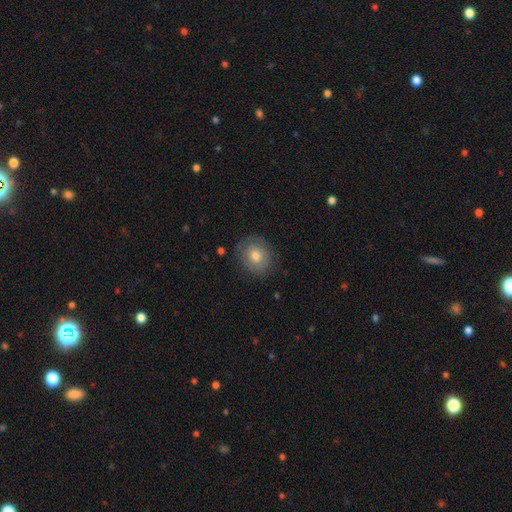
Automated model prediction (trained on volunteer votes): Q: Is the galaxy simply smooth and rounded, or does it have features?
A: smooth — 65%.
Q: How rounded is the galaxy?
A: round — 69%.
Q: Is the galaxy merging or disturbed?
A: none — 81%.